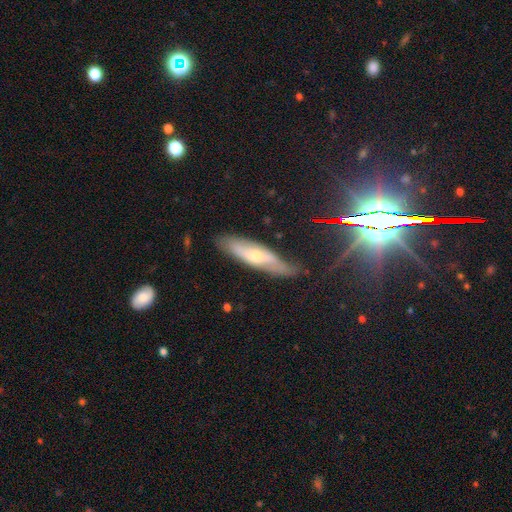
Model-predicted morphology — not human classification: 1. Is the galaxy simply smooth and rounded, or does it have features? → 53% featured or disk, 39% smooth, 9% star or artifact.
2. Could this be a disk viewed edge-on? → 50% no (tied), 50% yes (tied).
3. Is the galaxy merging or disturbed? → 75% none, 19% minor disturbance, 4% major disturbance, 2% merger.